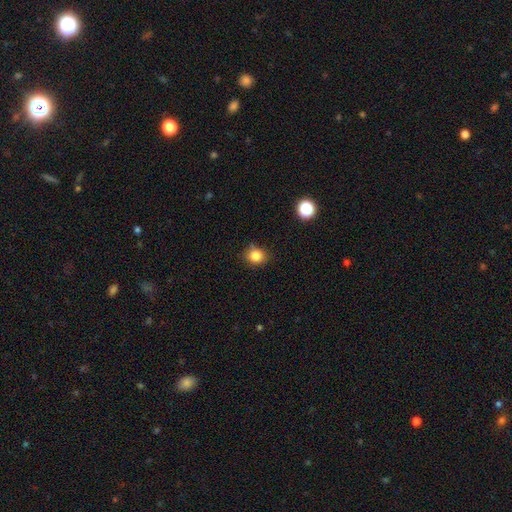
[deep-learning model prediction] Smooth or featured?
  - smooth: 84% *
  - star or artifact: 12%
  - featured or disk: 5%
How rounded?
  - round: 79% *
  - in between: 20%
  - cigar-shaped: 1%
Merging?
  - none: 79% *
  - minor disturbance: 16%
  - major disturbance: 3%
  - merger: 2%